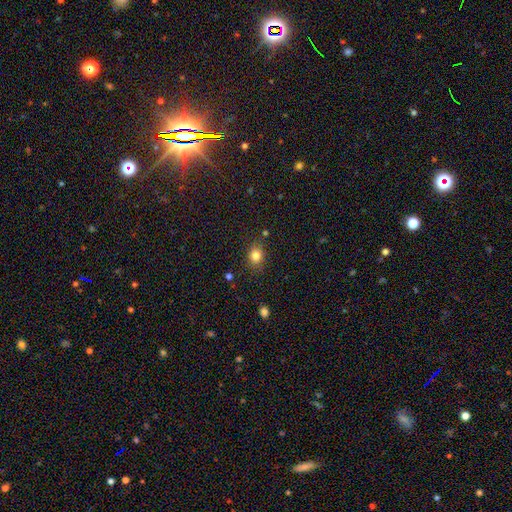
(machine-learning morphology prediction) Overall: smooth (82%). How rounded: round (56%; in between 43%). Merging: none (80%).